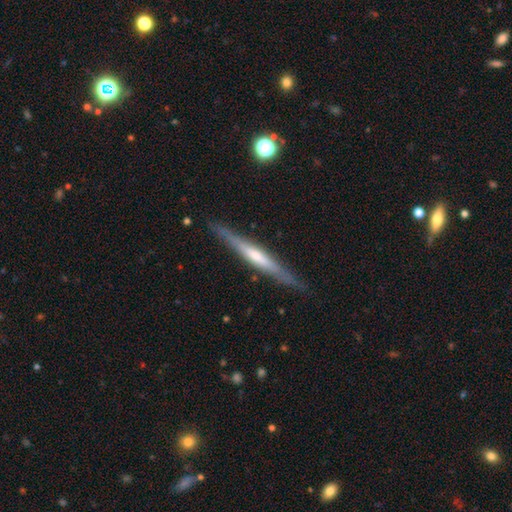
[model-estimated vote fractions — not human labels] featured or disk 65%, smooth 30%, star or artifact 5%. Down the decision tree: edge-on disk — yes (96%); edge-on bulge — none (43%); merging — none (87%).